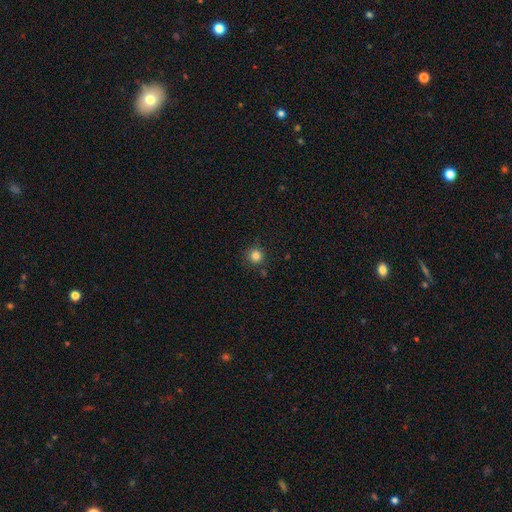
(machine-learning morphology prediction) Overall: smooth (82%). How rounded: round (95%). Merging: none (87%).